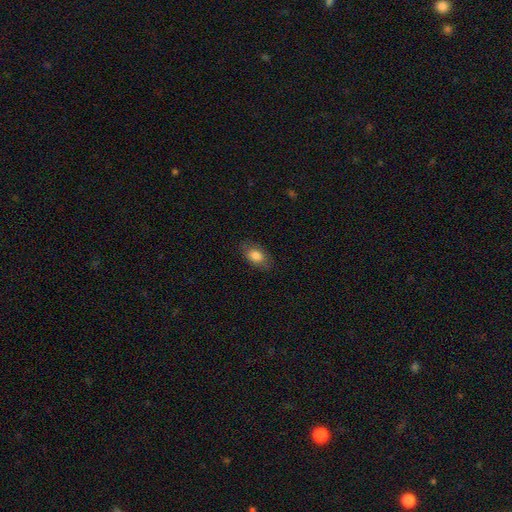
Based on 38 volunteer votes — Smooth or featured? smooth (82%)
How rounded? in between (84%)
Merging? none (76%)